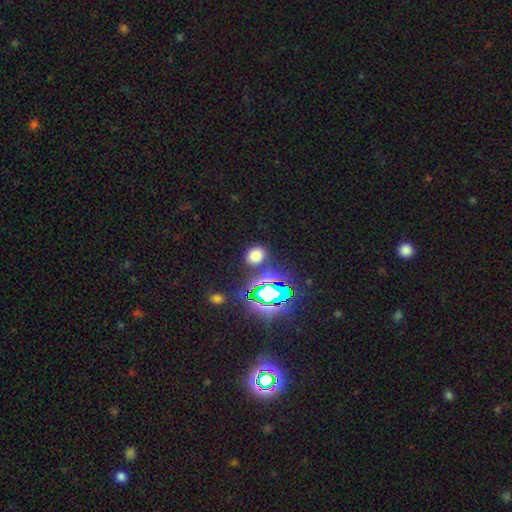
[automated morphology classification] smooth-or-featured: smooth: 67% | star or artifact: 26% | featured or disk: 6%
  how-rounded: round: 53% | in between: 45% | cigar-shaped: 1%
  merging: none: 82% | minor disturbance: 9% | merger: 5% | major disturbance: 3%